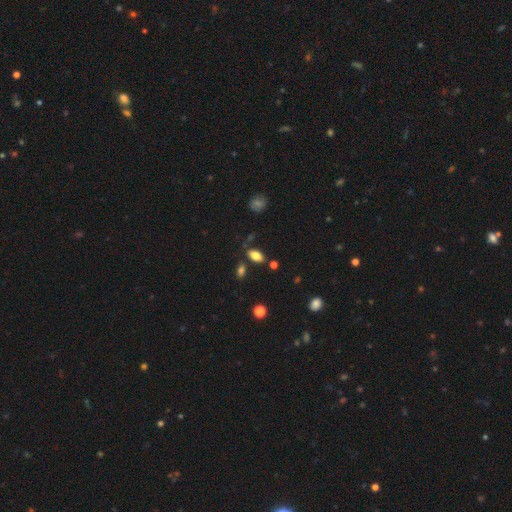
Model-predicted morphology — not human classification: smooth_or_featured: smooth (p=0.81) [alt: star or artifact p=0.10]
how_rounded: in between (p=0.91) [alt: round p=0.05]
merging: none (p=0.78) [alt: minor disturbance p=0.12]